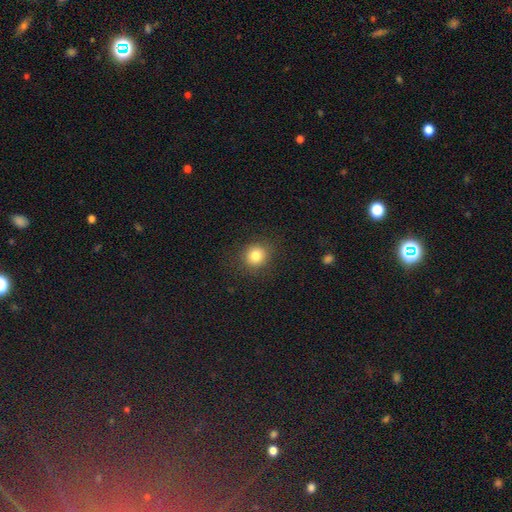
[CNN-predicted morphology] Overall: smooth (82%). How rounded: round (87%). Merging: none (88%).